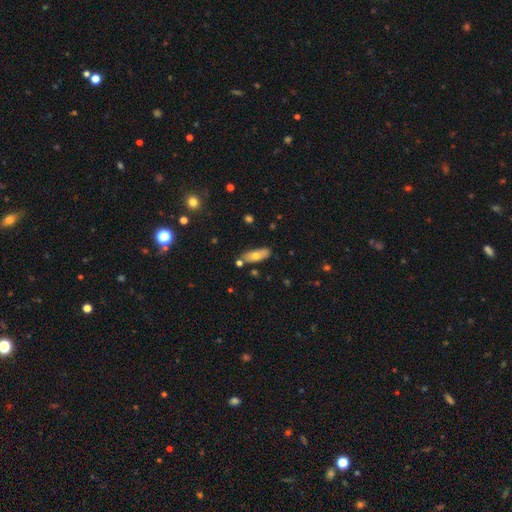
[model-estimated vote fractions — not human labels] This appears to be a smooth galaxy with no disk features (67%) that is in between round and cigar-shaped (68%). Merging: none (74%).